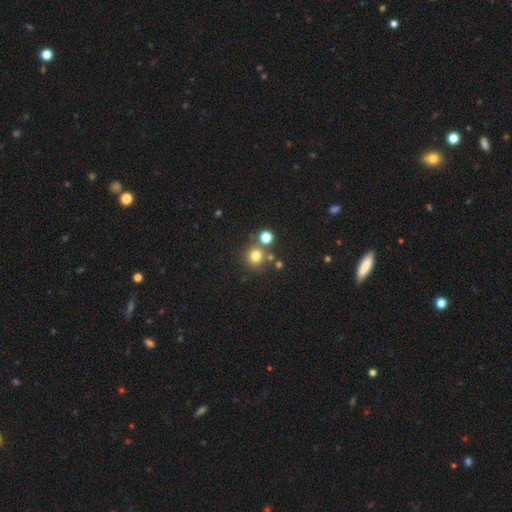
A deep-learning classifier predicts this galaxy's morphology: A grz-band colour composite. It shows a smooth galaxy with no disk features (76%) that is round (92%). Merging: none (73%).